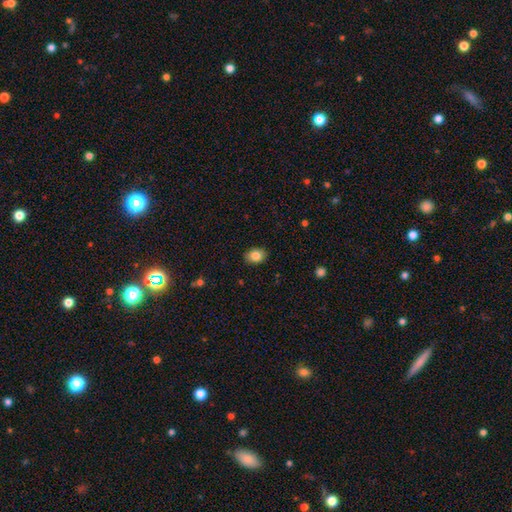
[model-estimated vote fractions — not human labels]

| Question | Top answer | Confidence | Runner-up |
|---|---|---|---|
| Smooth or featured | smooth | 84% | star or artifact (8%) |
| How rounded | in between | 71% | round (28%) |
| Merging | none | 88% | minor disturbance (9%) |